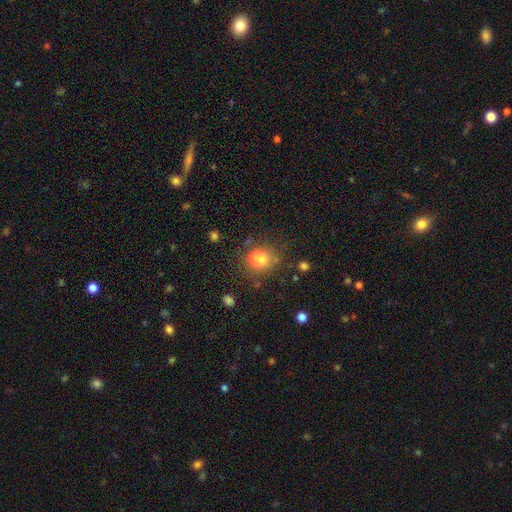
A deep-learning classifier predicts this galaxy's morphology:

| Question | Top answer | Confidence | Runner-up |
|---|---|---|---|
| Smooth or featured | smooth | 70% | star or artifact (21%) |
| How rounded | round | 69% | in between (29%) |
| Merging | none | 79% | minor disturbance (12%) |